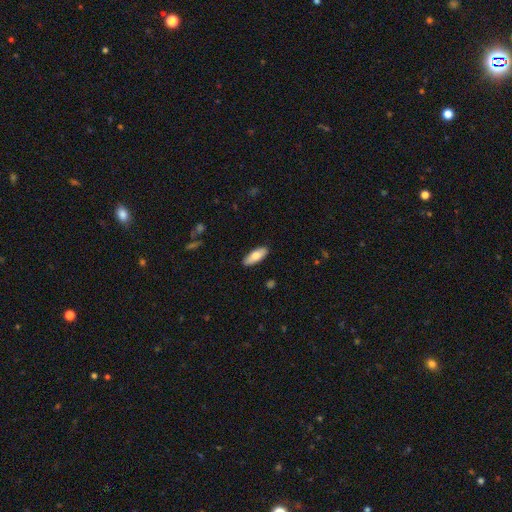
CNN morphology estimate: Smooth or featured: smooth — 74% (featured or disk — 20%)
How rounded: in between — 76% (cigar-shaped — 22%)
Merging: none — 88% (minor disturbance — 9%)